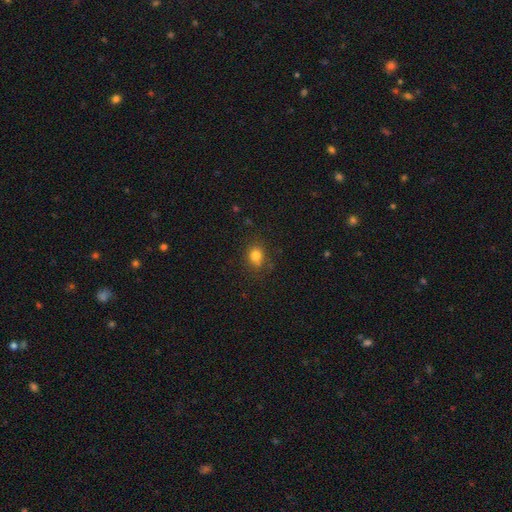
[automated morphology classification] smooth_or_featured: smooth (p=0.82) [alt: star or artifact p=0.12]
how_rounded: round (p=0.54) [alt: in between p=0.45]
merging: none (p=0.78) [alt: minor disturbance p=0.15]